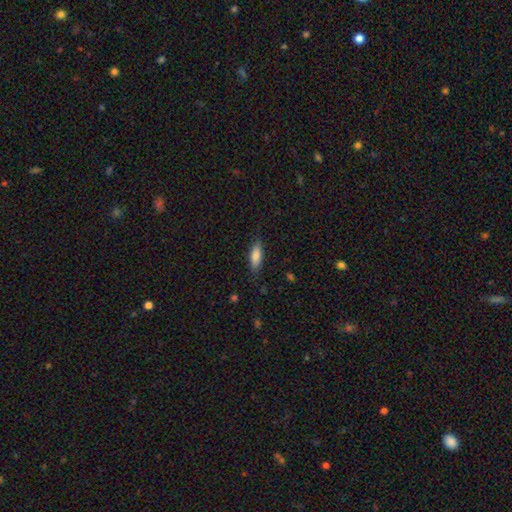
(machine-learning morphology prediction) Q: Smooth or featured?
A: smooth (82%); runner-up: featured or disk (12%)
Q: How rounded?
A: in between (56%); runner-up: cigar-shaped (43%)
Q: Merging?
A: none (82%); runner-up: minor disturbance (14%)